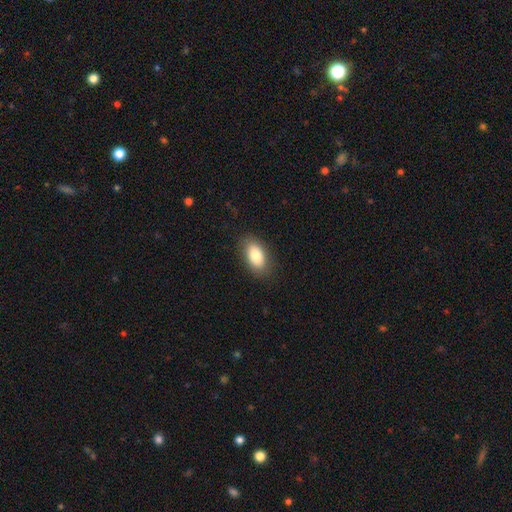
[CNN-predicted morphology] A smooth galaxy with no disk features (82%) that is in between round and cigar-shaped (92%).

Vote fractions:
- Smooth or featured? smooth: 82% / featured or disk: 11% / star or artifact: 7%
- How rounded? in between: 92% / round: 5% / cigar-shaped: 2%
- Merging? none: 85% / minor disturbance: 11% / major disturbance: 3% / merger: 1%